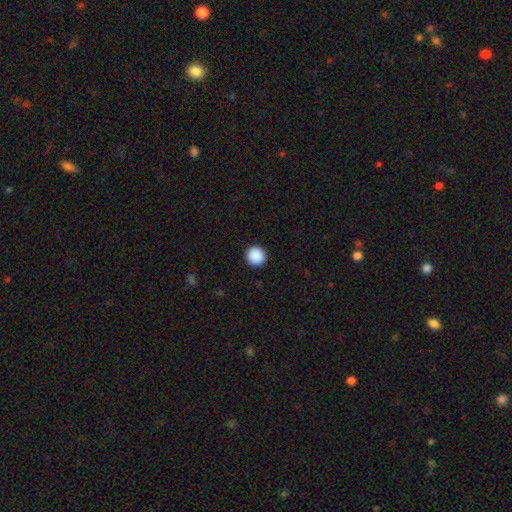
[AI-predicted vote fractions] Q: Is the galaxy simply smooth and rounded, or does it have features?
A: smooth — 90%.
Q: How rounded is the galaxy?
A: round — 95%.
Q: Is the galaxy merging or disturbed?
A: none — 93%.